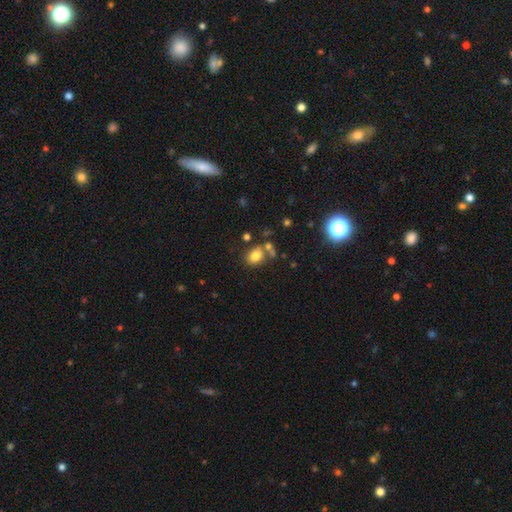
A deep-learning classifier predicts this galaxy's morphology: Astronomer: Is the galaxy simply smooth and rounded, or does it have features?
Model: smooth — 79%.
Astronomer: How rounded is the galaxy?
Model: in between — 55% (runner-up: round, 44%).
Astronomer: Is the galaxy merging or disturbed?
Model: none — 58%.